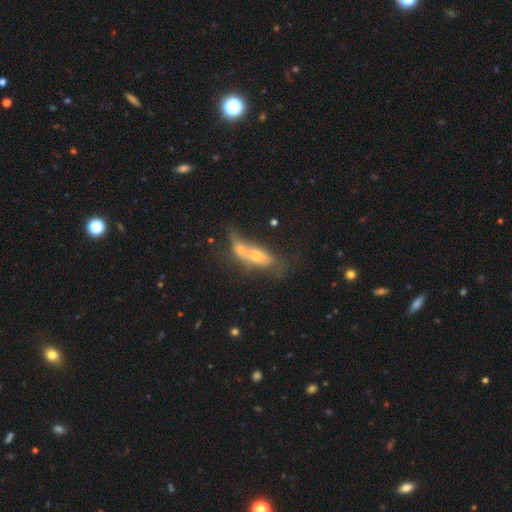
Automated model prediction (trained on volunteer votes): Smooth or featured? smooth (48%)
Merging? merger (64%)